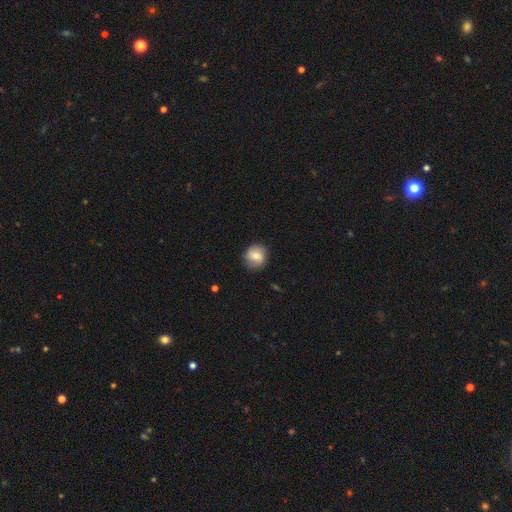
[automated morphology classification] A smooth galaxy with no disk features (62%) that is round (86%).

Vote fractions:
- Smooth or featured? smooth: 62% / featured or disk: 29% / star or artifact: 8%
- How rounded? round: 86% / in between: 13% / cigar-shaped: 1%
- Merging? none: 84% / minor disturbance: 12% / major disturbance: 3% / merger: 1%